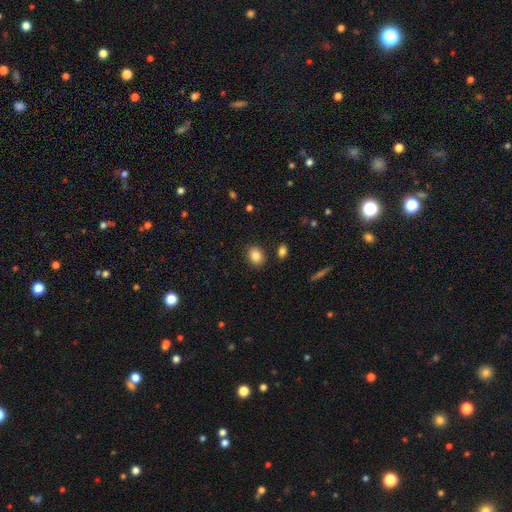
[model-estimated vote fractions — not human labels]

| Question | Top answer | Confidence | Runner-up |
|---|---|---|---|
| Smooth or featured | smooth | 86% | star or artifact (9%) |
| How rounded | in between | 56% | round (43%) |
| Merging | none | 86% | minor disturbance (8%) |